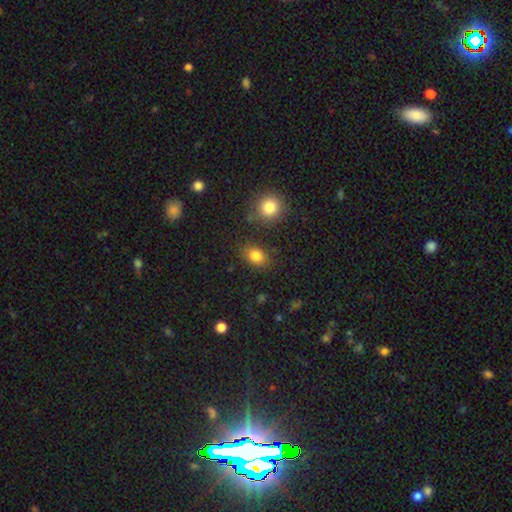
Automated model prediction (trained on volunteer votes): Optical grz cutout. It shows a smooth galaxy with no disk features (83%) that is in between round and cigar-shaped (64%). Merging: none (80%).